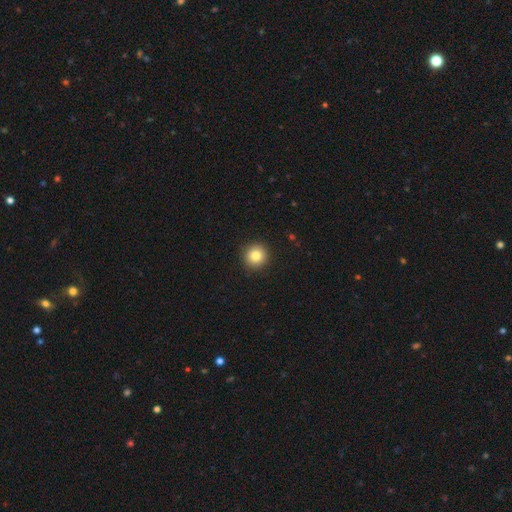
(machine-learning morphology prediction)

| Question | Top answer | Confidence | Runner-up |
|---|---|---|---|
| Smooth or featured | smooth | 83% | star or artifact (10%) |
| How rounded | round | 94% | in between (5%) |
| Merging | none | 92% | minor disturbance (5%) |